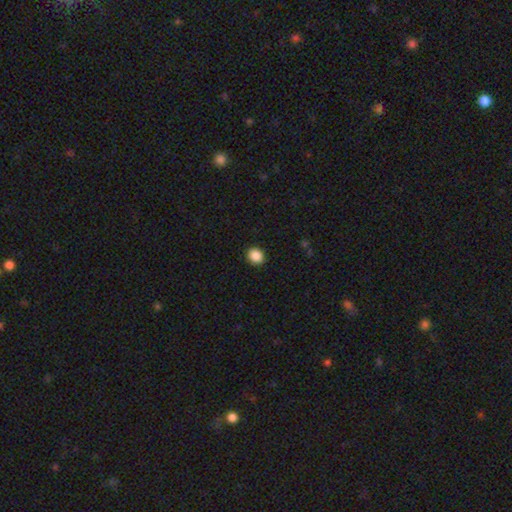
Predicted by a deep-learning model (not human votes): Q: Smooth or featured?
A: smooth (88%); runner-up: star or artifact (9%)
Q: How rounded?
A: round (71%); runner-up: in between (28%)
Q: Merging?
A: none (91%); runner-up: minor disturbance (6%)